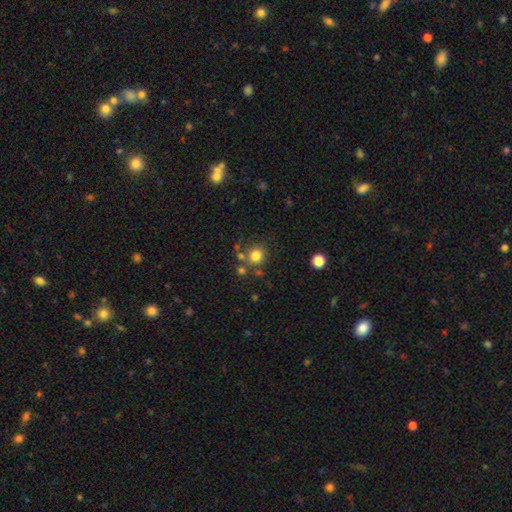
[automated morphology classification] type=smooth (78%); roundness=round (89%); merging=none (72%).